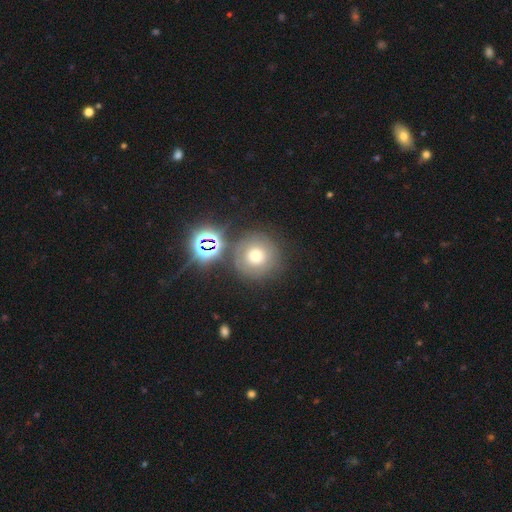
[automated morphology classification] smooth_or_featured: smooth (p=0.54) [alt: featured or disk p=0.25]
how_rounded: round (p=0.95) [alt: in between p=0.04]
merging: none (p=0.75) [alt: minor disturbance p=0.11]